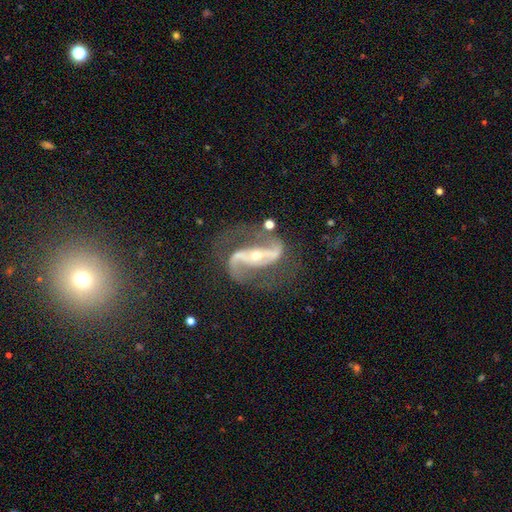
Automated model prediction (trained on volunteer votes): Smooth or featured? featured or disk (91%)
Edge-on disk? no (96%)
Bar? strong (62%)
Spiral arms? yes (97%)
Spiral winding? medium (48%)
Spiral arm count? 2 (93%)
Bulge size? small (64%)
Merging? none (70%)